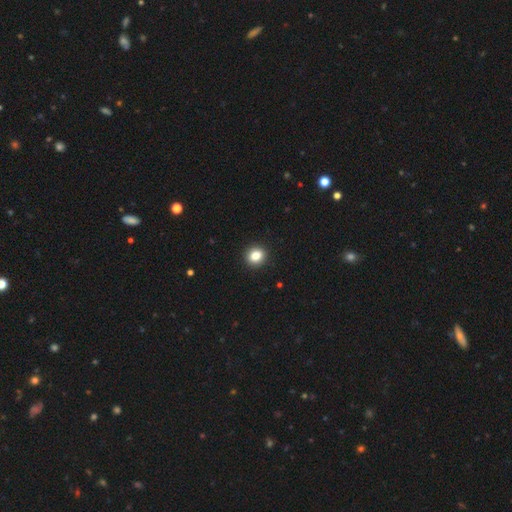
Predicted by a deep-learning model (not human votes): smooth 83%, star or artifact 10%, featured or disk 6%. Down the decision tree: how rounded — round (78%); merging — none (92%).